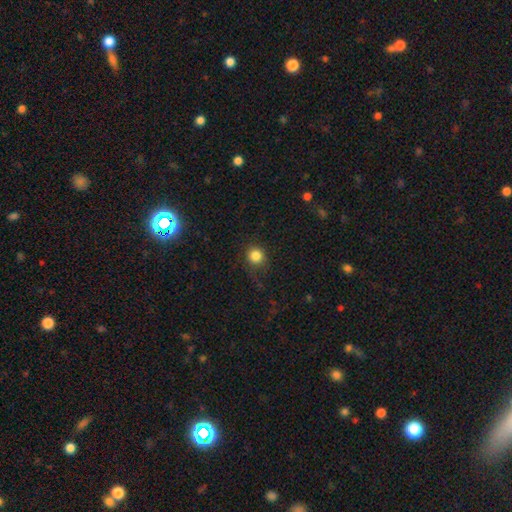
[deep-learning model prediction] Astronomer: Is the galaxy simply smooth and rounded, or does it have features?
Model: smooth — 84%.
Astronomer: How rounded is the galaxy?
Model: round — 89%.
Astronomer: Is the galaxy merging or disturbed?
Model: none — 77%.